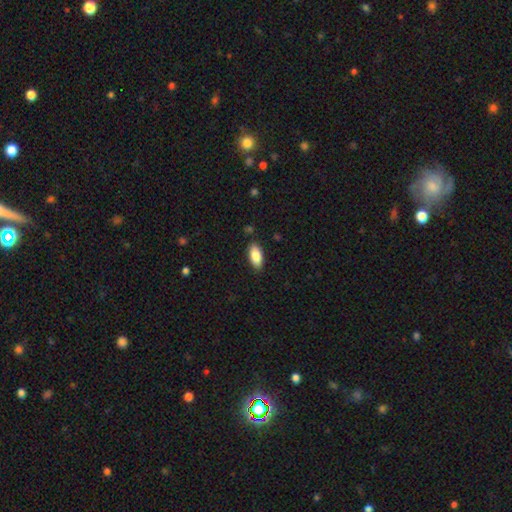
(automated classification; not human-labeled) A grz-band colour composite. It shows a smooth galaxy with no disk features (86%) that is in between round and cigar-shaped (89%). Merging: none (87%).